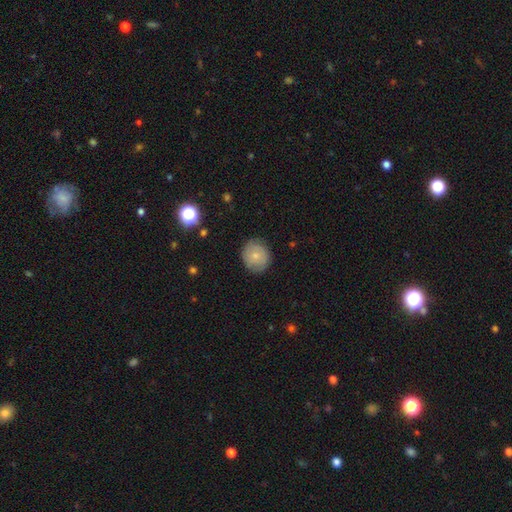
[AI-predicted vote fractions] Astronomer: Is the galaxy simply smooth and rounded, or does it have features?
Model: smooth — 67%.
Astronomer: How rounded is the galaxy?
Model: round — 82%.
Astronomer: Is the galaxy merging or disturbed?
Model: none — 81%.